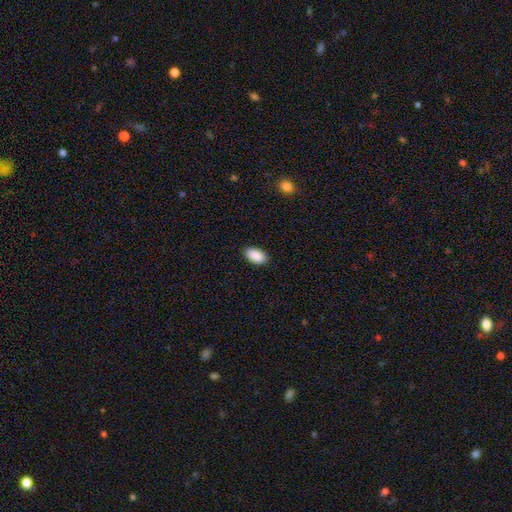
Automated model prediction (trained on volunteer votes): Smooth or featured? smooth (91%)
How rounded? in between (95%)
Merging? none (89%)